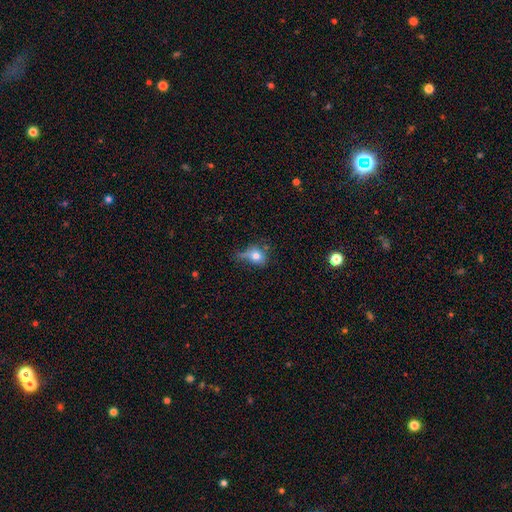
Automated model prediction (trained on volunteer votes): This is likely a smooth galaxy (73%). How rounded: possibly in between (57%). Merging: marginally none (36%).